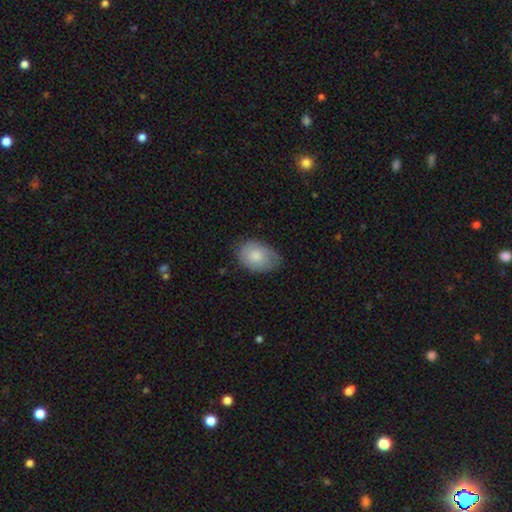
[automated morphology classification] The model was most divided on "merging": none: 69%, minor disturbance: 25%, major disturbance: 5%, merger: 1%. More confident: how rounded — in between (83%); smooth or featured — smooth (77%).